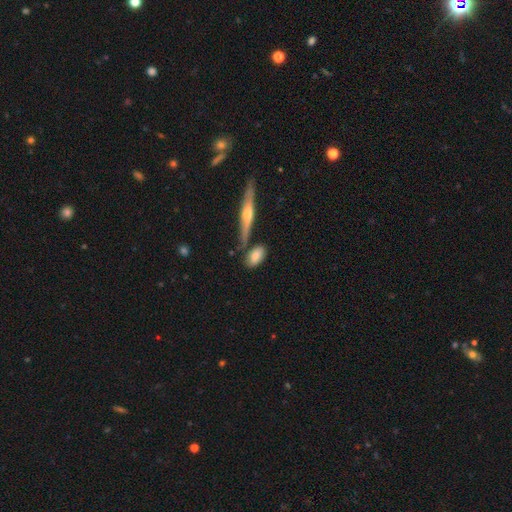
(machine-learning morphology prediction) Q: Smooth or featured?
A: smooth (77%); runner-up: featured or disk (17%)
Q: How rounded?
A: in between (83%); runner-up: cigar-shaped (10%)
Q: Merging?
A: none (65%); runner-up: minor disturbance (19%)